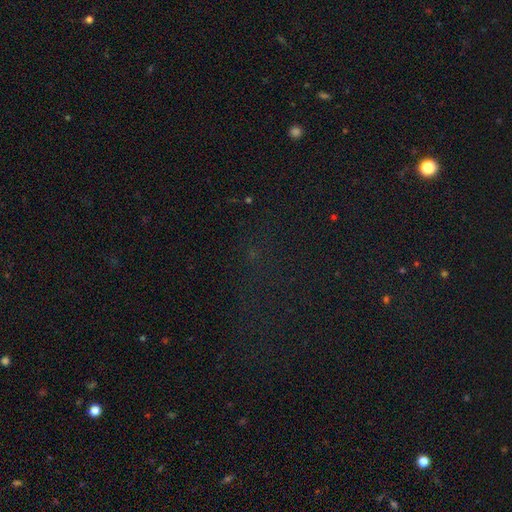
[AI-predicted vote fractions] Smooth or featured?
  - star or artifact: 70% *
  - smooth: 20%
  - featured or disk: 10%